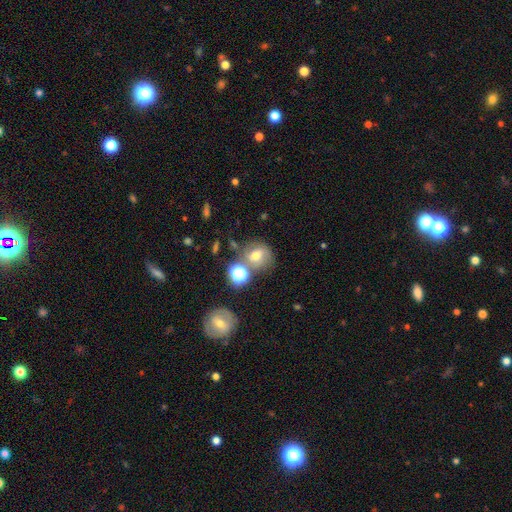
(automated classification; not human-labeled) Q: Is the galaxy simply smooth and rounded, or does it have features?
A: smooth — 50%.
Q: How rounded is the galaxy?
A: round — 76%.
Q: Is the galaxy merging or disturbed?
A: none — 59%.